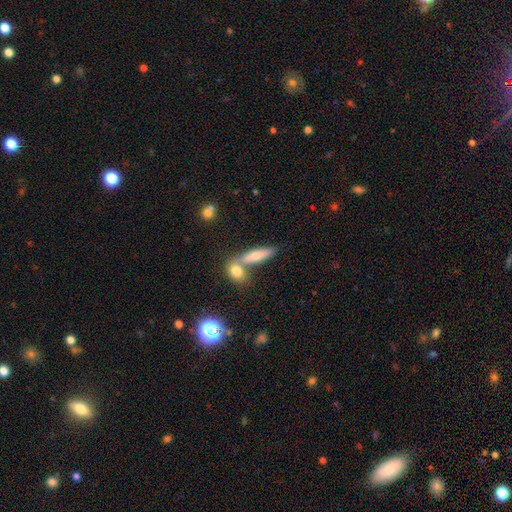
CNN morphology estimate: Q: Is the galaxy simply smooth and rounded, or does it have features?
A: smooth — 67%.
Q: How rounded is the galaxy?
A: cigar-shaped — 59%.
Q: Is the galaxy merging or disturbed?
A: none — 49%.